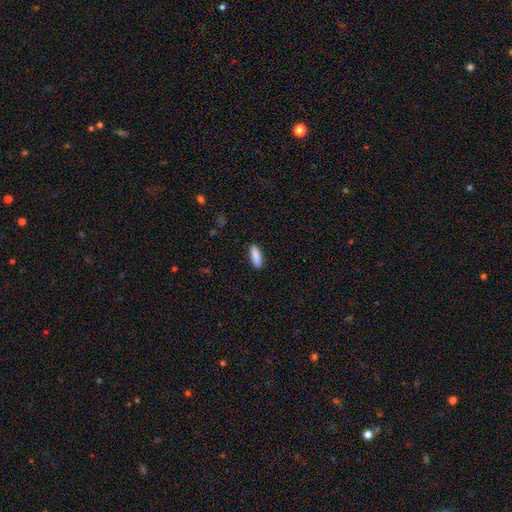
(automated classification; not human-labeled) Q: Smooth or featured?
A: smooth (89%); runner-up: star or artifact (6%)
Q: How rounded?
A: in between (66%); runner-up: cigar-shaped (32%)
Q: Merging?
A: none (88%); runner-up: minor disturbance (9%)